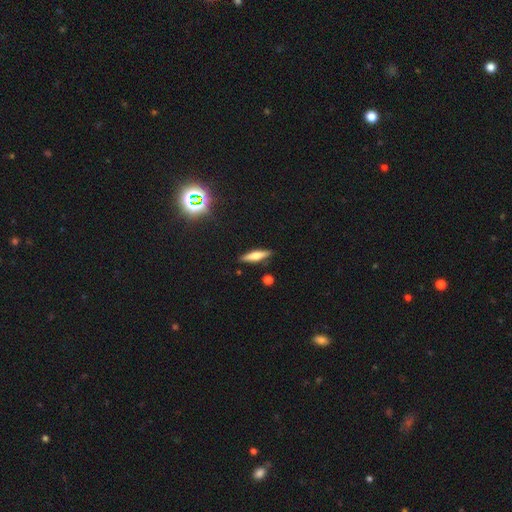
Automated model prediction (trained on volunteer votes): Q: Smooth or featured?
A: smooth (51%); runner-up: featured or disk (41%)
Q: How rounded?
A: cigar-shaped (75%); runner-up: in between (23%)
Q: Merging?
A: none (87%); runner-up: minor disturbance (9%)